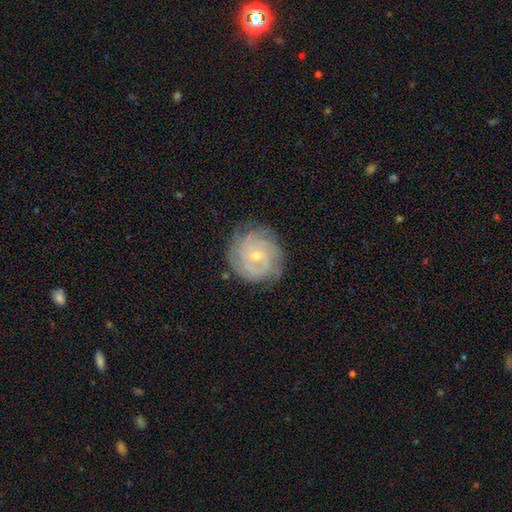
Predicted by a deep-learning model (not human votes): Overall: featured or disk (83%). Edge-on disk: no (98%). Bar: no (60%; weak 33%). Spiral arms: yes (95%). Spiral arm count: can't tell (33%; 3 21%). Spiral winding: tight (74%). Bulge size: small (68%; moderate 29%). Merging: none (78%).